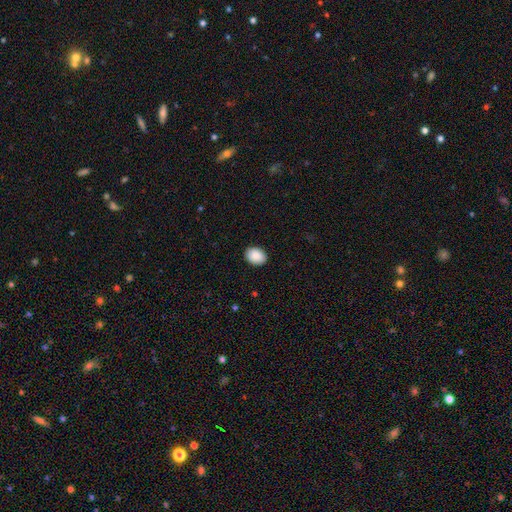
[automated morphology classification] A smooth galaxy with no disk features (90%) that is in between round and cigar-shaped (67%).

Vote fractions:
- Smooth or featured? smooth: 90% / star or artifact: 7% / featured or disk: 3%
- How rounded? in between: 67% / round: 32% / cigar-shaped: 1%
- Merging? none: 90% / minor disturbance: 7% / major disturbance: 2% / merger: 1%